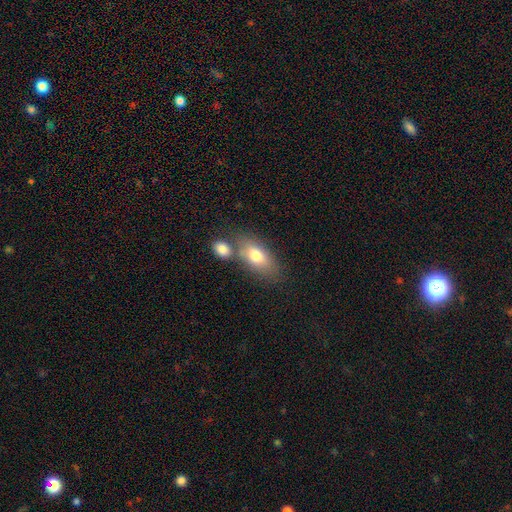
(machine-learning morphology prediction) smooth-or-featured: smooth: 73% | featured or disk: 19% | star or artifact: 8%
  how-rounded: in between: 86% | round: 7% | cigar-shaped: 6%
  merging: none: 50% | merger: 33% | minor disturbance: 13% | major disturbance: 4%